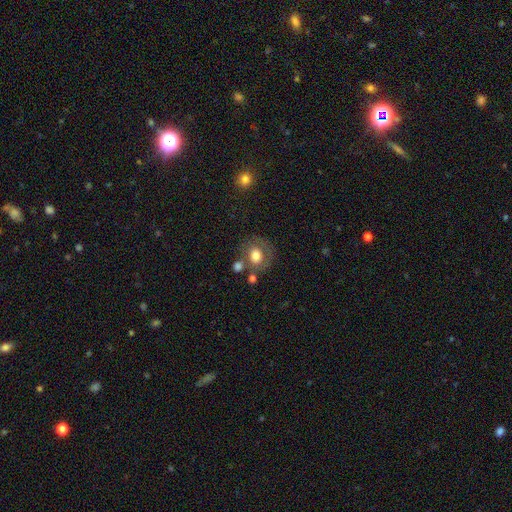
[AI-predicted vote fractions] Smooth or featured? smooth (68%)
How rounded? round (75%)
Merging? none (59%)